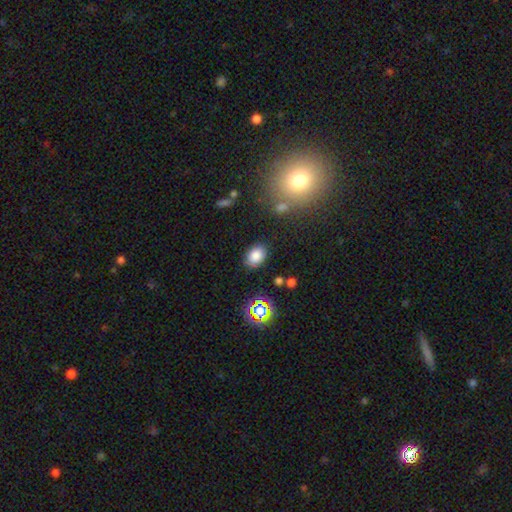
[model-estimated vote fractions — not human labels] smooth 81%, star or artifact 12%, featured or disk 7%. Down the decision tree: how rounded — in between (74%); merging — none (81%).